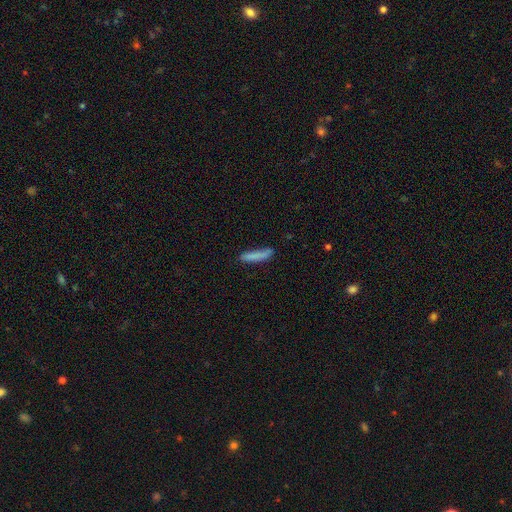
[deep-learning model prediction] Smooth or featured? Predicted: smooth (p=0.82). How rounded? Predicted: cigar-shaped (p=0.87). Merging? Predicted: none (p=0.72).